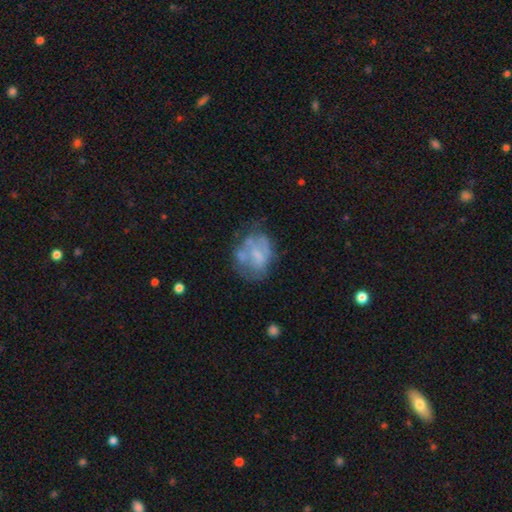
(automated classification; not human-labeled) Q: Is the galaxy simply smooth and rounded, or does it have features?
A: featured or disk — 53%.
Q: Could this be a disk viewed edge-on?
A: no — 97%.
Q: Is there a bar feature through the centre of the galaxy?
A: no — 65%.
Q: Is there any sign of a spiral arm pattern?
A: no — 79%.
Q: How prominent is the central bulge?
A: none — 47%.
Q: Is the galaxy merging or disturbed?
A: none — 39%.